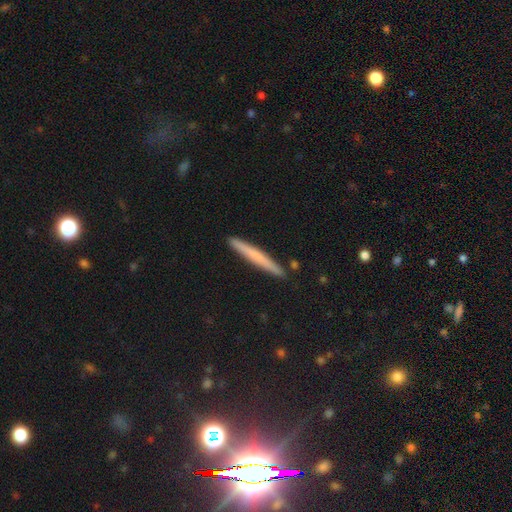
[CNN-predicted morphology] smooth 62%, featured or disk 31%, star or artifact 6%. Down the decision tree: how rounded — cigar-shaped (97%); merging — none (90%).